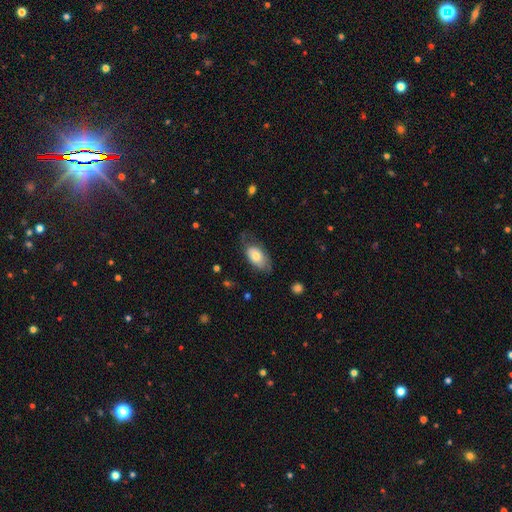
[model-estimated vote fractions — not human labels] Morphology: type=smooth (69%); roundness=in between (92%); merging=none (55%).